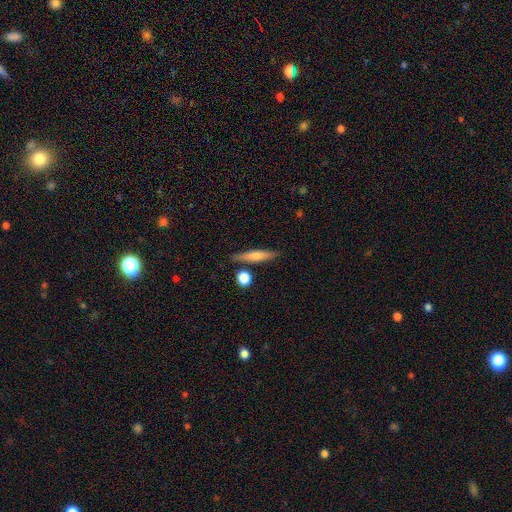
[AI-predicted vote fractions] Morphology: type=smooth (50%); roundness=cigar-shaped (87%); merging=none (85%).